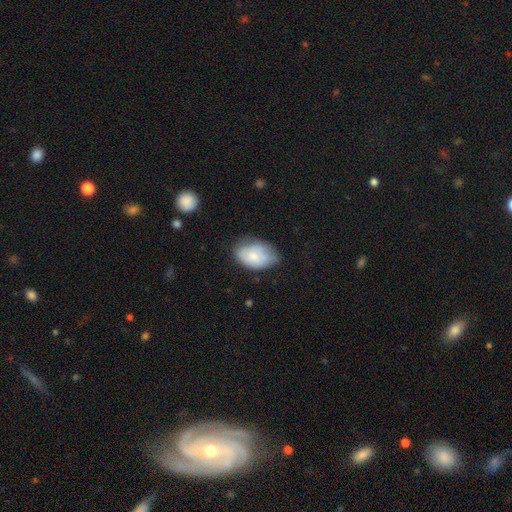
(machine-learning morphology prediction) smooth_or_featured: smooth (p=0.75) [alt: featured or disk p=0.19]
how_rounded: in between (p=0.89) [alt: round p=0.10]
merging: none (p=0.50) [alt: minor disturbance p=0.39]